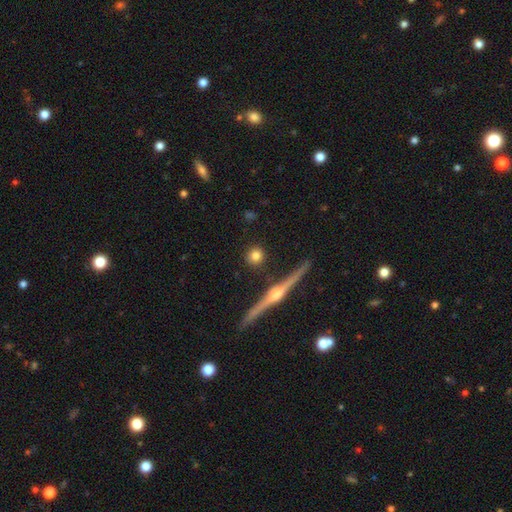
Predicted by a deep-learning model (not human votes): Smooth or featured: smooth — 77% (featured or disk — 15%)
How rounded: round — 93% (in between — 4%)
Merging: none — 88% (minor disturbance — 7%)